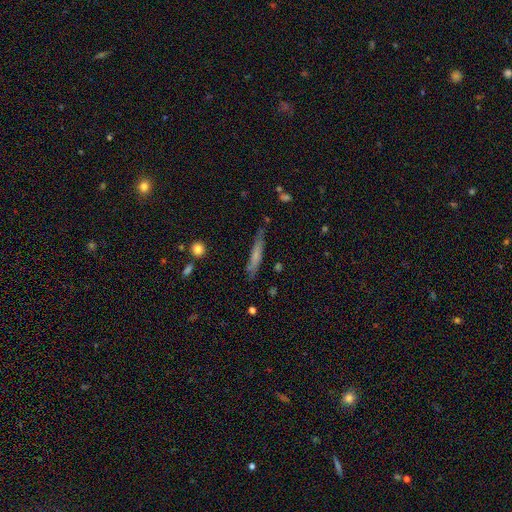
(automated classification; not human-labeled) This appears to be a smooth galaxy with no disk features (57%) that is cigar-shaped (92%). Merging: none (78%).